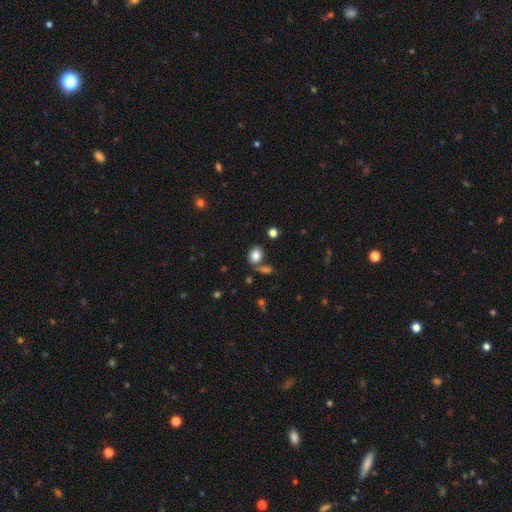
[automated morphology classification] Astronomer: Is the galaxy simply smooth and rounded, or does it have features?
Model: smooth — 83%.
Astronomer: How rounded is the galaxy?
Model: in between — 57% (runner-up: round, 41%).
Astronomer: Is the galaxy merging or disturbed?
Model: none — 64%.